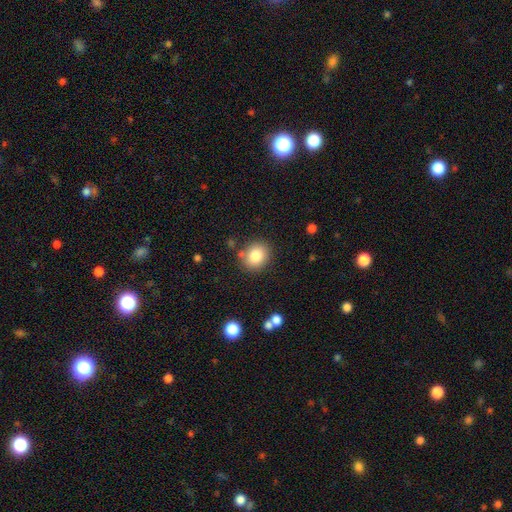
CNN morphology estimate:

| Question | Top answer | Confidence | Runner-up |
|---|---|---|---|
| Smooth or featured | smooth | 83% | star or artifact (10%) |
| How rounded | round | 73% | in between (27%) |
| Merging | none | 82% | minor disturbance (10%) |